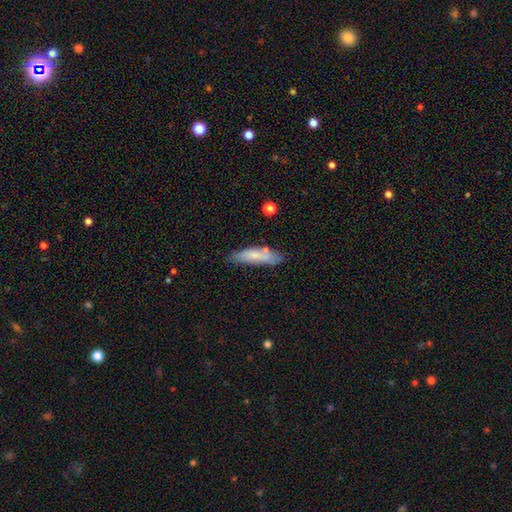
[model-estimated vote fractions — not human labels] Smooth or featured: smooth — 73% (featured or disk — 20%)
How rounded: cigar-shaped — 65% (in between — 33%)
Merging: none — 65% (minor disturbance — 23%)